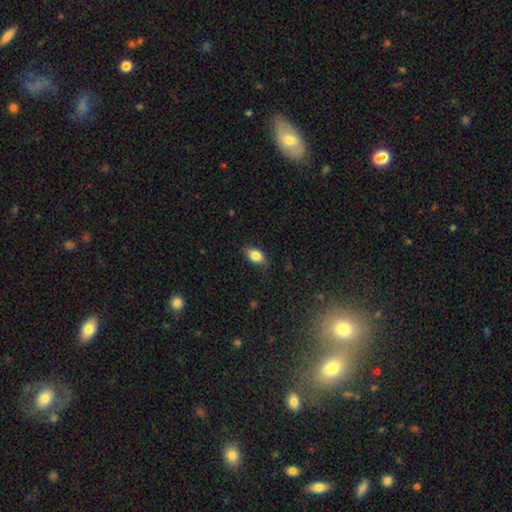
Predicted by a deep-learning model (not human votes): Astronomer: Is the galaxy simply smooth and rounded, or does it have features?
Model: smooth — 82%.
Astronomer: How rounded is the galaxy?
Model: in between — 85%.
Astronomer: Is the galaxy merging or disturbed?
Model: none — 79%.